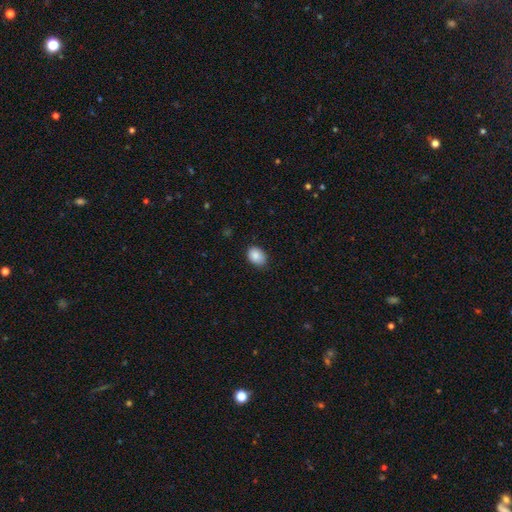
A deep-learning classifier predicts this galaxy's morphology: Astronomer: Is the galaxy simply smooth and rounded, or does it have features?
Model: smooth — 88%.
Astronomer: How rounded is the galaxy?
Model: in between — 74%.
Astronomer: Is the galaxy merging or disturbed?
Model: none — 83%.